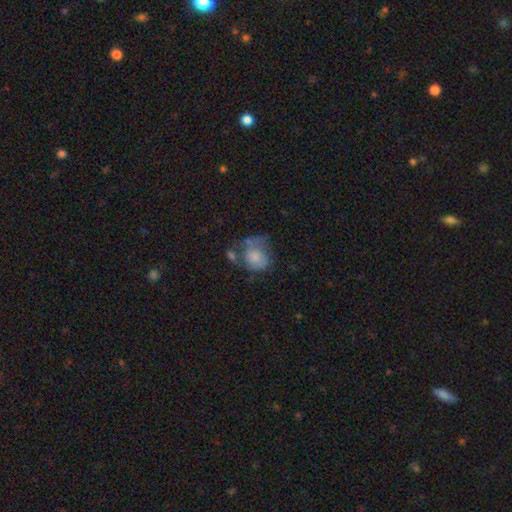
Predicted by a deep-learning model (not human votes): Q: Smooth or featured?
A: smooth (63%); runner-up: featured or disk (28%)
Q: How rounded?
A: round (61%); runner-up: in between (38%)
Q: Merging?
A: none (30%); runner-up: major disturbance (28%)